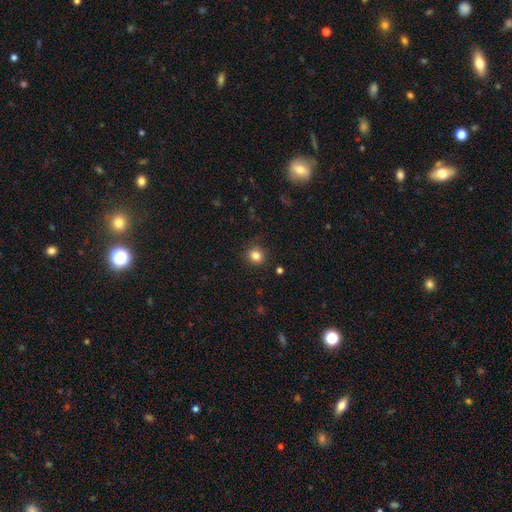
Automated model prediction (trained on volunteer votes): A smooth galaxy with no disk features (83%) that is round (85%). Merging: none (88%).